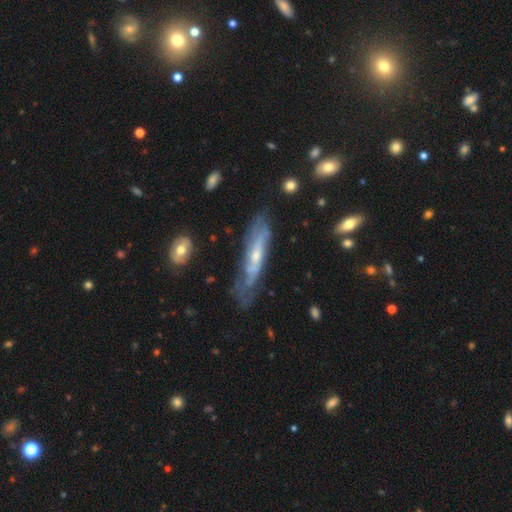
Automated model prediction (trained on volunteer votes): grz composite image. It shows a featured or disk galaxy (71%). Merging: none (59%).